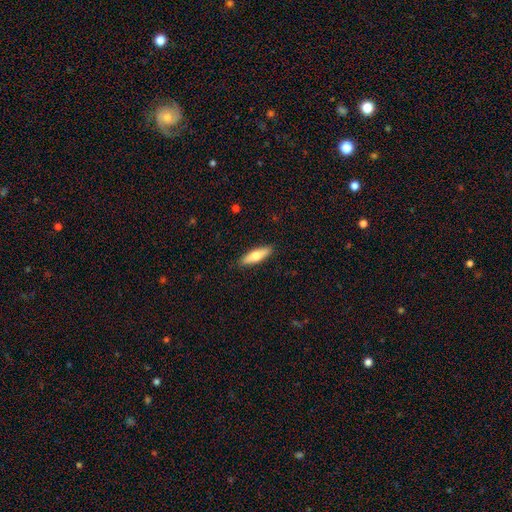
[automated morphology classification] Overall: smooth (65%; featured or disk 30%). How rounded: cigar-shaped (56%; in between 42%). Merging: none (89%).